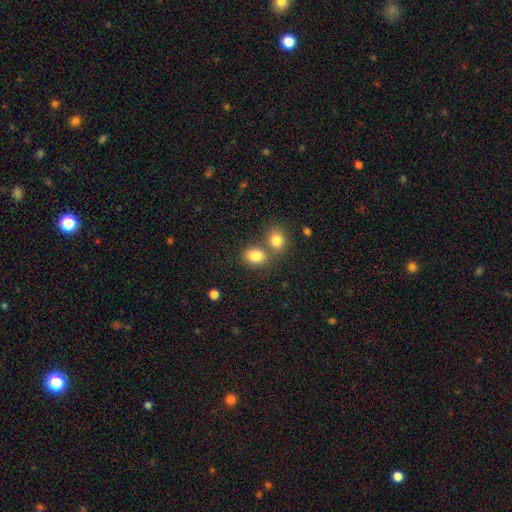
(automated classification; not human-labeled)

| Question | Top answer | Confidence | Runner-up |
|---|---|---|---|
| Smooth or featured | smooth | 83% | star or artifact (10%) |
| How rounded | in between | 50% | round (49%) |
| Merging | none | 55% | merger (33%) |